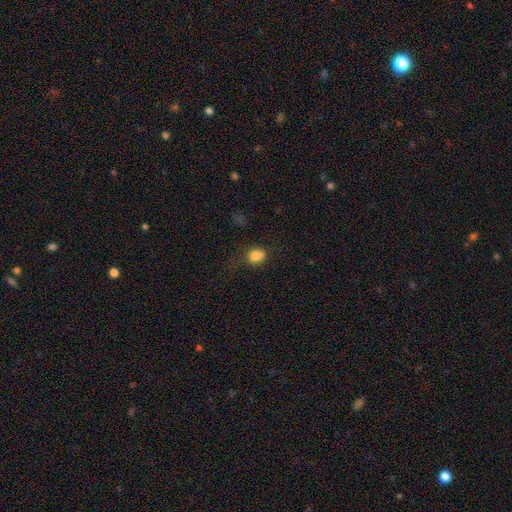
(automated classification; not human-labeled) smooth-or-featured: smooth: 82% | star or artifact: 12% | featured or disk: 6%
  how-rounded: in between: 53% | round: 45% | cigar-shaped: 2%
  merging: none: 58% | minor disturbance: 26% | major disturbance: 13% | merger: 4%